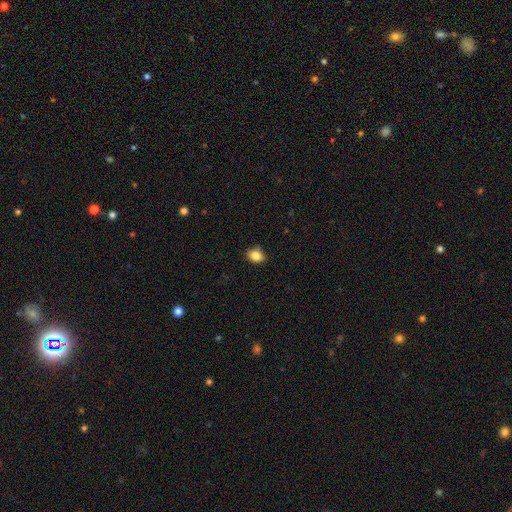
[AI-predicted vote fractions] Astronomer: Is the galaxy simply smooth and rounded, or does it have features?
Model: smooth — 85%.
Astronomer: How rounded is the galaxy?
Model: in between — 63%.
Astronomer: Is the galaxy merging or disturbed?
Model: none — 79%.